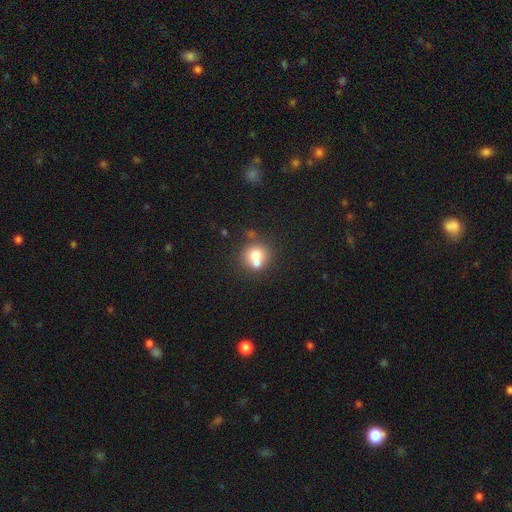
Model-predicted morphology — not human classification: This is likely a smooth galaxy (69%). How rounded: clearly round (83%). Merging: possibly merger (46%).